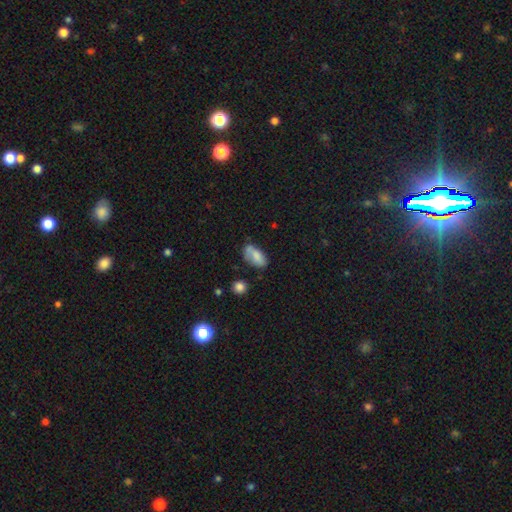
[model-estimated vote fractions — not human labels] Smooth or featured? smooth (75%)
How rounded? in between (91%)
Merging? none (49%)